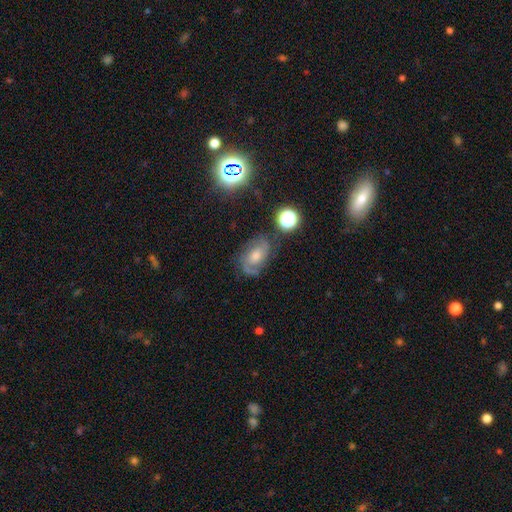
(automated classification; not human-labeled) A featured or disk galaxy (66%) with no bar (57%), 2 (60%) medium (46%) spiral arms (92%) and a moderate central bulge (59%).

Vote fractions:
- Smooth or featured? featured or disk: 66% / star or artifact: 18% / smooth: 17%
- Edge-on disk? no: 96% / yes: 4%
- Bar? no: 57% / weak: 35% / strong: 8%
- Spiral arms? yes: 92% / no: 8%
- Spiral winding? medium: 46% / tight: 40% / loose: 14%
- Spiral arm count? 2: 60% / can't tell: 20% / 3: 9% / 1: 6% / 4: 3% / more than 4: 3%
- Bulge size? moderate: 59% / small: 28% / large: 8% / none: 3% / dominant: 2%
- Merging? none: 71% / minor disturbance: 19% / major disturbance: 8% / merger: 3%